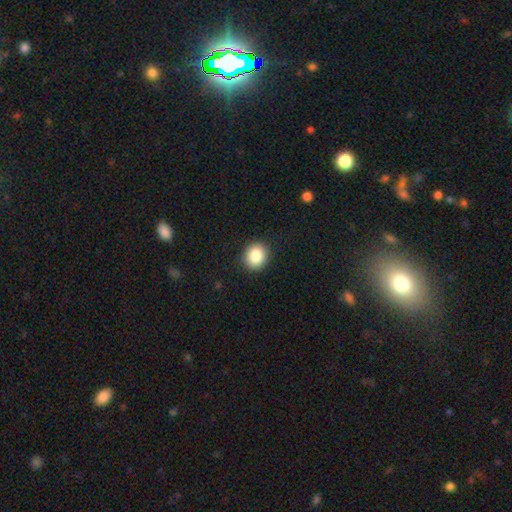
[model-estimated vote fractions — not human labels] This appears to be a smooth galaxy with no disk features (86%) that is round (74%). Merging: none (91%).